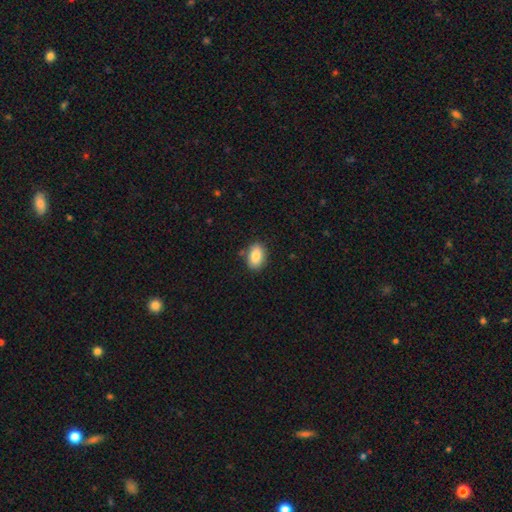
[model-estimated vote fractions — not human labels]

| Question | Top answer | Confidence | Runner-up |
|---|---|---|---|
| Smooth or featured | smooth | 86% | star or artifact (7%) |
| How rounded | in between | 87% | round (12%) |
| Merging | none | 85% | minor disturbance (11%) |